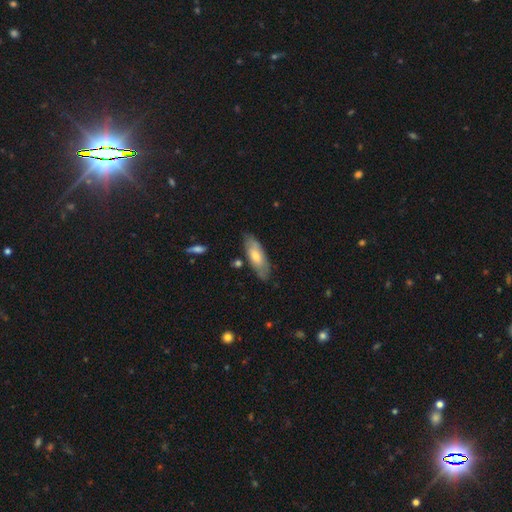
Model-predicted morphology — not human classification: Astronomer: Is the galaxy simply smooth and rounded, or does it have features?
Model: smooth — 60%.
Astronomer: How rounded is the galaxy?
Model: in between — 69%.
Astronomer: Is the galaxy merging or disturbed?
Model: none — 75%.